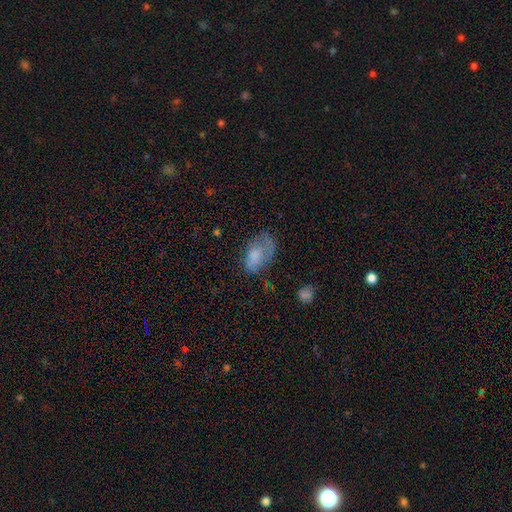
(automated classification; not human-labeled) Overall: smooth (67%). How rounded: in between (91%). Merging: none (41%; minor disturbance 31%).